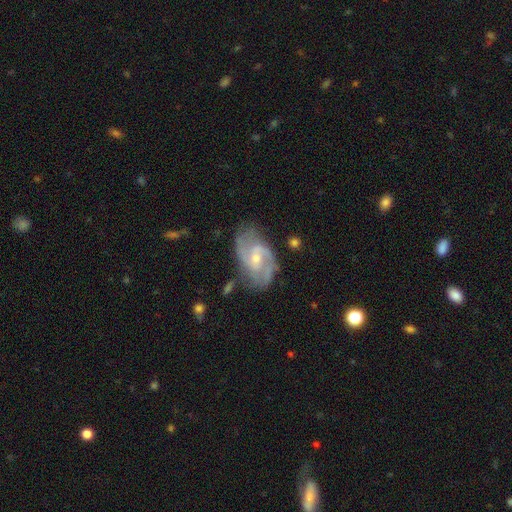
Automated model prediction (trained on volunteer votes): Morphology: type=featured or disk (88%); edge-on=no (97%); bar=weak (51%); spiral arms=yes (97%); winding=medium (53%); arm count=2 (69%); bulge=small (59%); merging=none (69%).